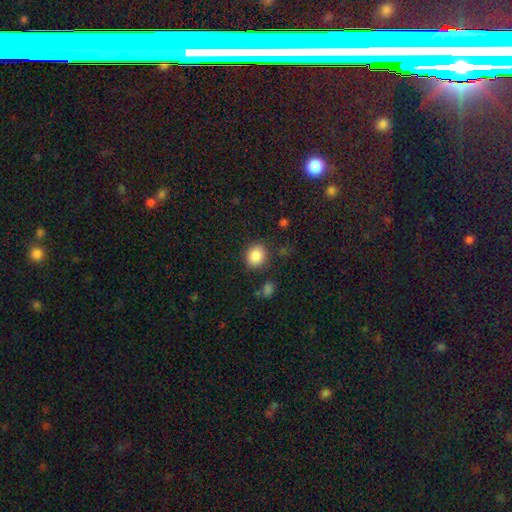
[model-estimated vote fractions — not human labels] smooth-or-featured: smooth: 86% | star or artifact: 9% | featured or disk: 5%
  how-rounded: round: 76% | in between: 23% | cigar-shaped: 1%
  merging: none: 85% | minor disturbance: 9% | major disturbance: 3% | merger: 3%